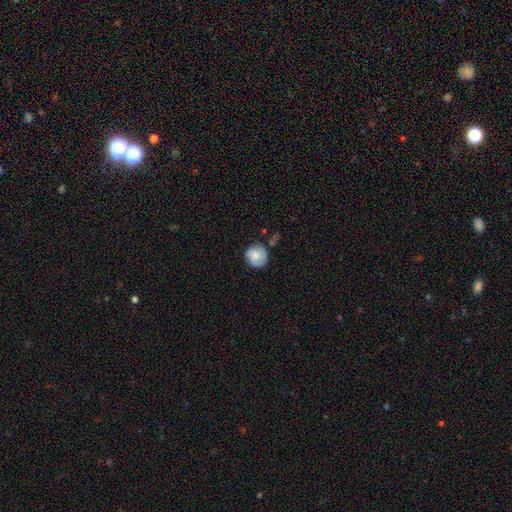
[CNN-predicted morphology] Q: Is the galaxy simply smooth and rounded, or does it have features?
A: smooth — 68%.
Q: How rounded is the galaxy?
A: round — 87%.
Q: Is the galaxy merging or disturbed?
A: none — 68%.